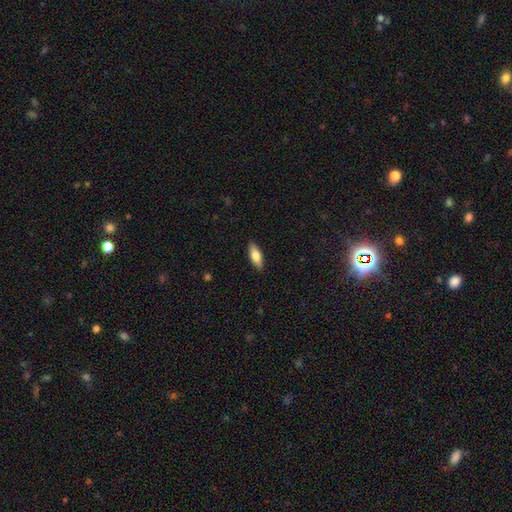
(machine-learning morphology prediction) smooth 76%, featured or disk 18%, star or artifact 6%. Down the decision tree: how rounded — in between (67%); merging — none (89%).